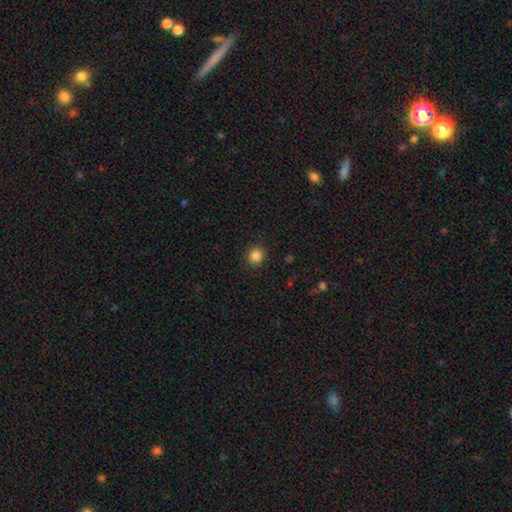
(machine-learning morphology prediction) smooth-or-featured: smooth: 85% | star or artifact: 11% | featured or disk: 4%
  how-rounded: round: 87% | in between: 12% | cigar-shaped: 1%
  merging: none: 90% | minor disturbance: 7% | major disturbance: 2% | merger: 1%